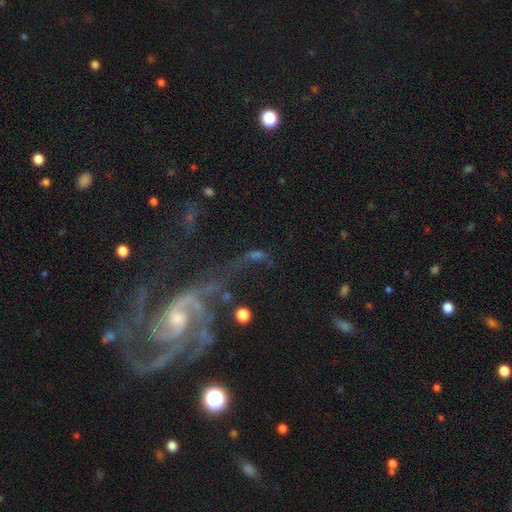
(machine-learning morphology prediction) Q: Smooth or featured?
A: featured or disk (51%); runner-up: star or artifact (25%)
Q: Edge-on disk?
A: no (87%); runner-up: yes (13%)
Q: Merging?
A: none (35%); runner-up: major disturbance (30%)